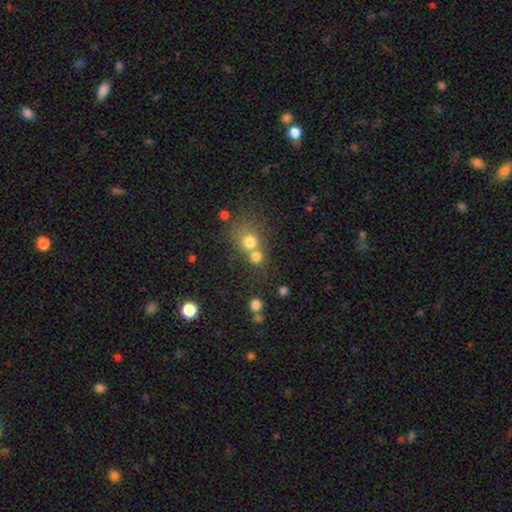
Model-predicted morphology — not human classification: Smooth or featured? Predicted: smooth (p=0.72). How rounded? Predicted: round (p=0.83). Merging? Predicted: merger (p=0.50).